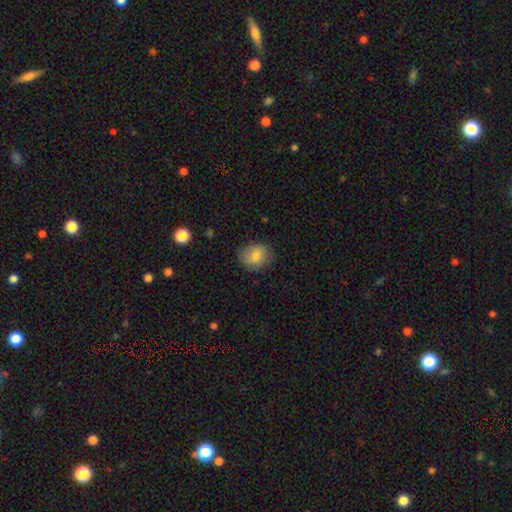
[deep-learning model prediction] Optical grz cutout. It shows a smooth galaxy with no disk features (79%) that is round (63%). Merging: none (79%).